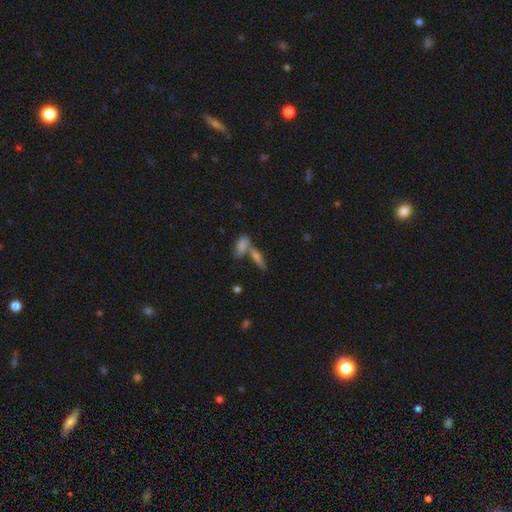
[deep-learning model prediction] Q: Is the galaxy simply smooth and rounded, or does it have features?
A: smooth — 56%.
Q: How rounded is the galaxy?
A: cigar-shaped — 51%.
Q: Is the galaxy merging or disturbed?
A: none — 44%, tied with merger.